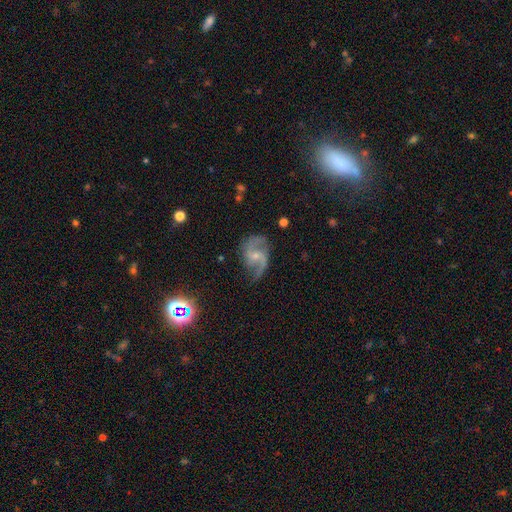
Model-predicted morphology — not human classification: Smooth or featured? Predicted: featured or disk (p=0.87). Edge-on disk? Predicted: no (p=0.98). Bar? Predicted: no (p=0.46). Spiral arms? Predicted: yes (p=0.96). Spiral winding? Predicted: loose (p=0.48). Spiral arm count? Predicted: 2 (p=0.88). Bulge size? Predicted: small (p=0.65). Merging? Predicted: none (p=0.67).